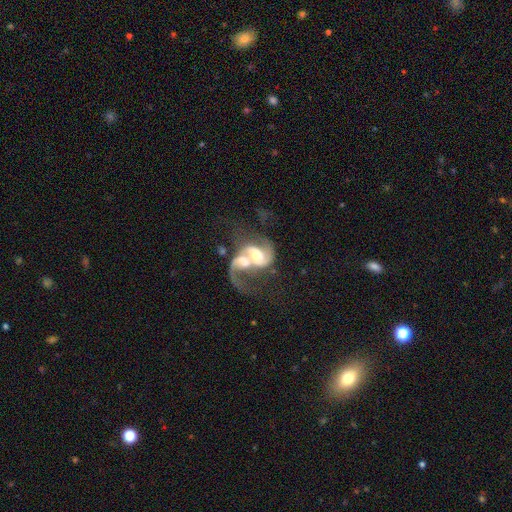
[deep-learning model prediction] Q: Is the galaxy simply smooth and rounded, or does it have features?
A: featured or disk — 83%.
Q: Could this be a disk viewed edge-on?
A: no — 97%.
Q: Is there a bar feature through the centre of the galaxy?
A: no — 51%.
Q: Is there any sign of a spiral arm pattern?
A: yes — 92%.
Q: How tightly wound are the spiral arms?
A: loose — 52%.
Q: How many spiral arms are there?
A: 2 — 70%.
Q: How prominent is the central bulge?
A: moderate — 57%.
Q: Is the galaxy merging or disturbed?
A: merger — 71%.